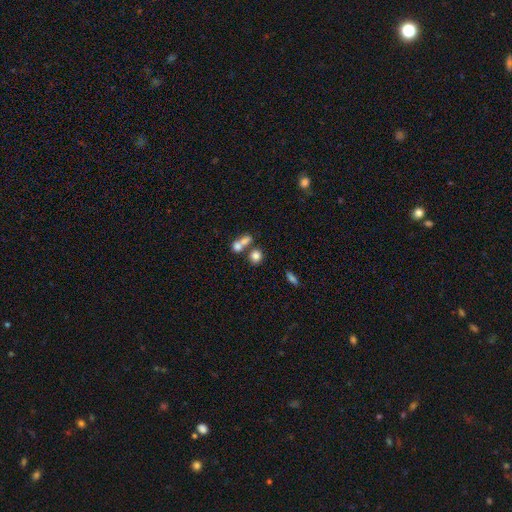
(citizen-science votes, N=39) Smooth or featured?
  - smooth: 79% *
  - star or artifact: 13%
  - featured or disk: 8%
How rounded?
  - round: 81% *
  - in between: 19%
  - cigar-shaped: 0%
Merging?
  - none: 71% *
  - merger: 15%
  - minor disturbance: 12%
  - major disturbance: 3%